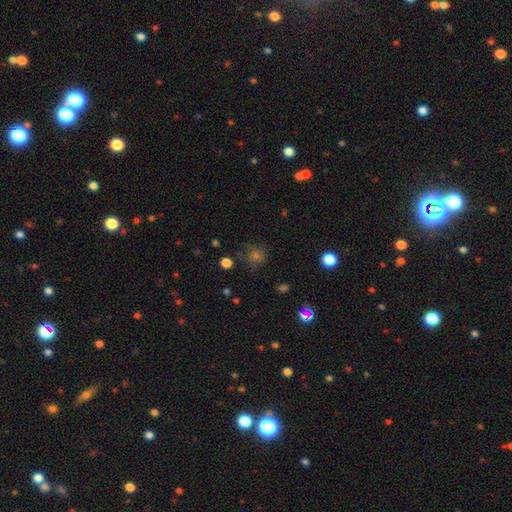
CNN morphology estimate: smooth-or-featured: smooth: 55% | star or artifact: 33% | featured or disk: 12%
  how-rounded: round: 88% | in between: 11% | cigar-shaped: 1%
  merging: none: 79% | minor disturbance: 13% | major disturbance: 6% | merger: 2%